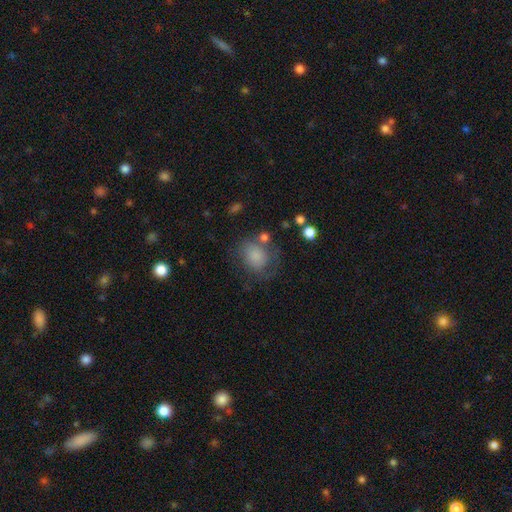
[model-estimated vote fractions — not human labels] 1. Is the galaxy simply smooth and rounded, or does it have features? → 75% smooth, 15% featured or disk, 10% star or artifact.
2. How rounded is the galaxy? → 60% round, 39% in between, 1% cigar-shaped.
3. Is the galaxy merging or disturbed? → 50% none, 25% minor disturbance, 19% major disturbance, 6% merger.